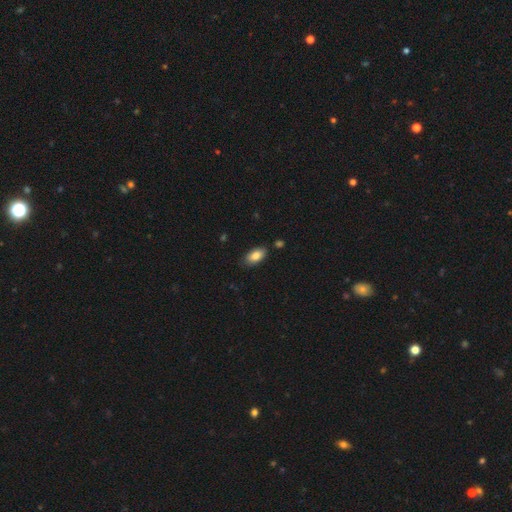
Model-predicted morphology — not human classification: Smooth or featured? smooth (84%)
How rounded? in between (92%)
Merging? none (82%)